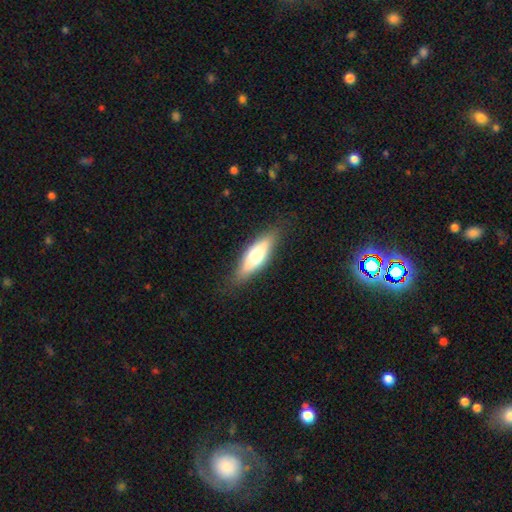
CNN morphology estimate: The model was most divided on "how rounded": in between: 51%, cigar-shaped: 47%, round: 2%. More confident: merging — none (83%); smooth or featured — smooth (58%).